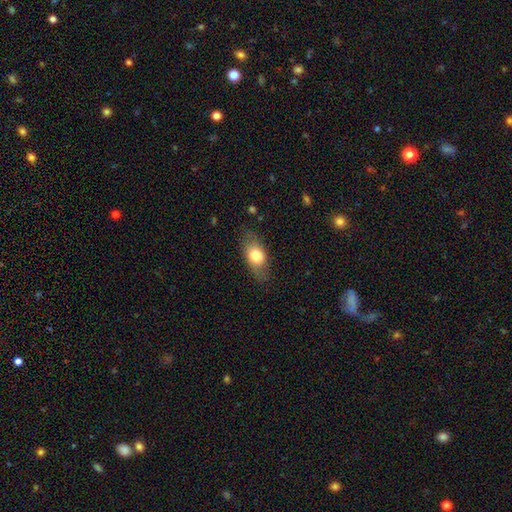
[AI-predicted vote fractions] Smooth or featured? smooth (72%)
How rounded? in between (82%)
Merging? none (76%)